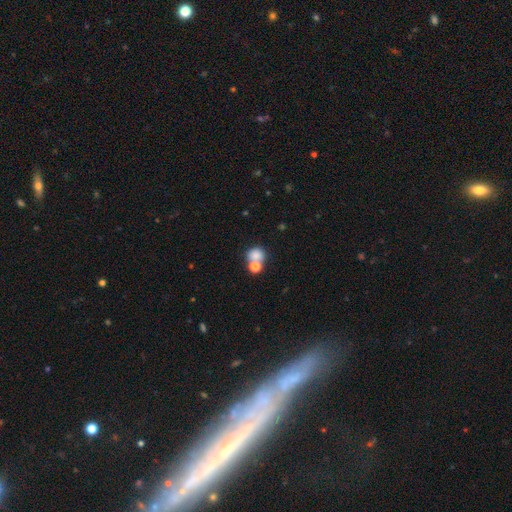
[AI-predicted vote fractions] Smooth or featured?
  - smooth: 79% *
  - star or artifact: 12%
  - featured or disk: 9%
How rounded?
  - round: 73% *
  - in between: 26%
  - cigar-shaped: 1%
Merging?
  - none: 43% *
  - merger: 41%
  - minor disturbance: 10%
  - major disturbance: 6%